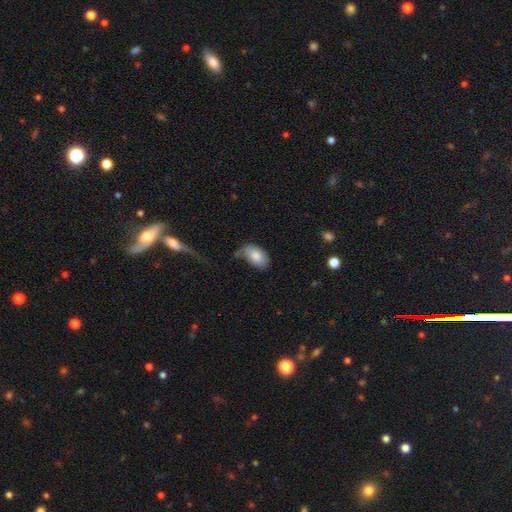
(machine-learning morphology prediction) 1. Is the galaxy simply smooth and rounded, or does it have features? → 83% smooth, 10% featured or disk, 7% star or artifact.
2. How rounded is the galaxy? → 92% in between, 6% round, 1% cigar-shaped.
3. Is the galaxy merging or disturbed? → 57% none, 29% minor disturbance, 8% major disturbance, 5% merger.